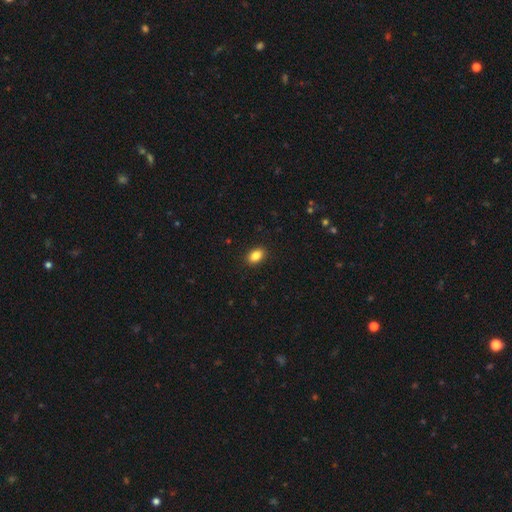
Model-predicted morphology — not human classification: This appears to be a smooth galaxy with no disk features (86%) that is in between round and cigar-shaped (85%). Merging: none (90%).